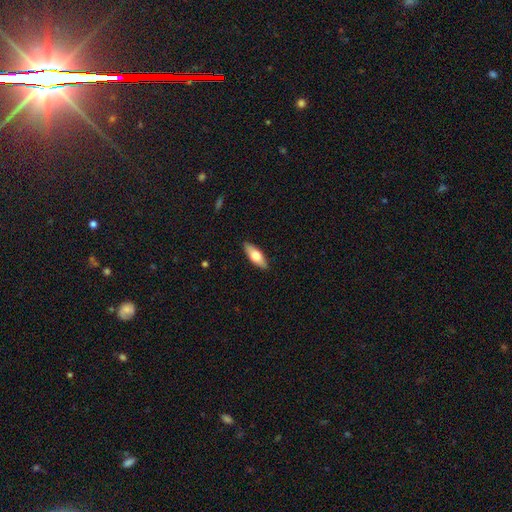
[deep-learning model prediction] Overall: smooth (64%; featured or disk 31%). How rounded: in between (66%; cigar-shaped 32%). Merging: none (89%).